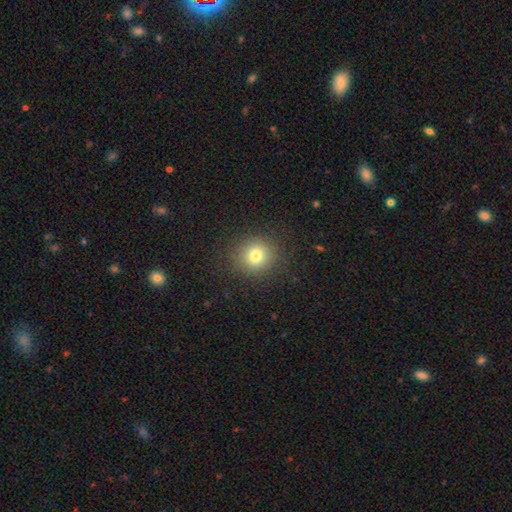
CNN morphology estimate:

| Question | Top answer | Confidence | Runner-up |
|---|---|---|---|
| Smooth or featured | smooth | 78% | star or artifact (14%) |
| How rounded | round | 88% | in between (11%) |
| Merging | none | 88% | minor disturbance (7%) |